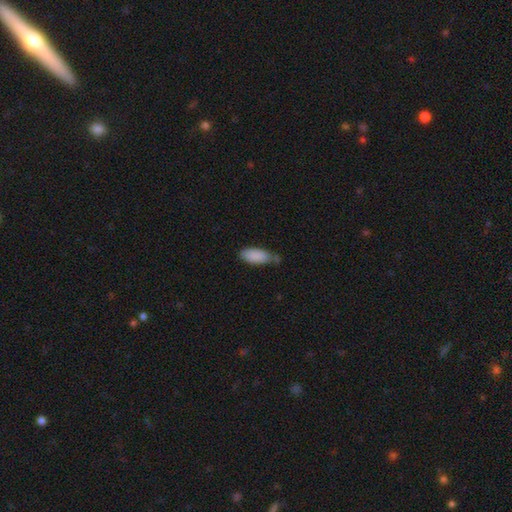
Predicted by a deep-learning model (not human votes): This is clearly a smooth galaxy (88%). How rounded: clearly in between (84%). Merging: possibly none (53%).